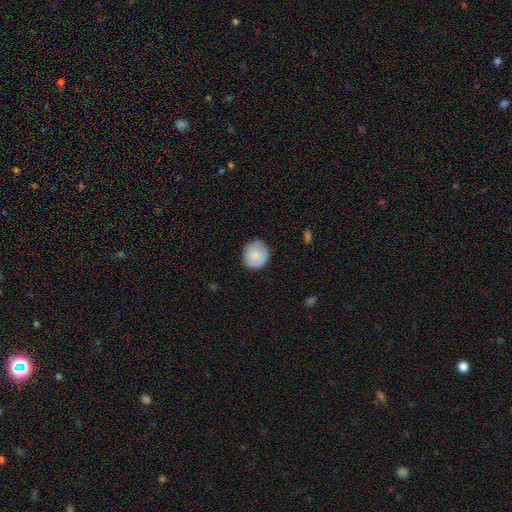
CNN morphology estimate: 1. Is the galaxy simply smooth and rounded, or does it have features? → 78% smooth, 16% featured or disk, 7% star or artifact.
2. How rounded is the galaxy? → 81% round, 18% in between, 1% cigar-shaped.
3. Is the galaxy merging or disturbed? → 78% none, 17% minor disturbance, 4% major disturbance, 1% merger.